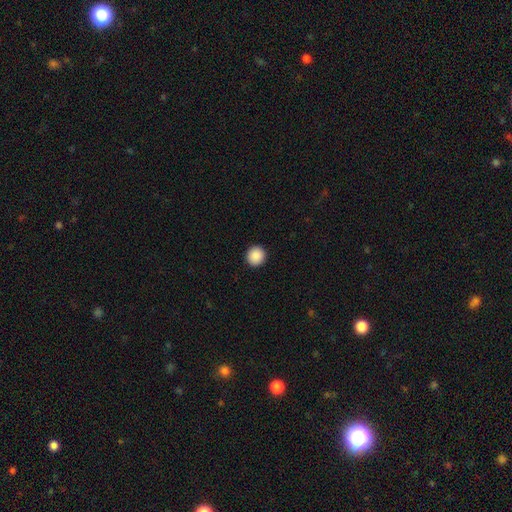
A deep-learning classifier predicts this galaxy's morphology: This is clearly a smooth galaxy (89%). How rounded: clearly round (94%). Merging: clearly none (93%).